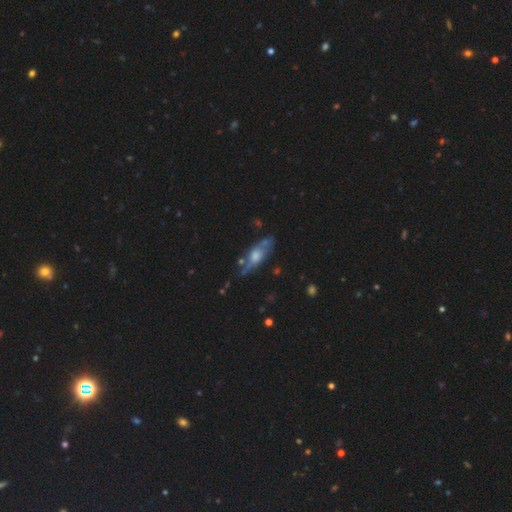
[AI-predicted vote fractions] The model was most divided on "edge-on disk": no: 52%, yes: 48%. More confident: merging — none (56%); smooth or featured — featured or disk (54%).